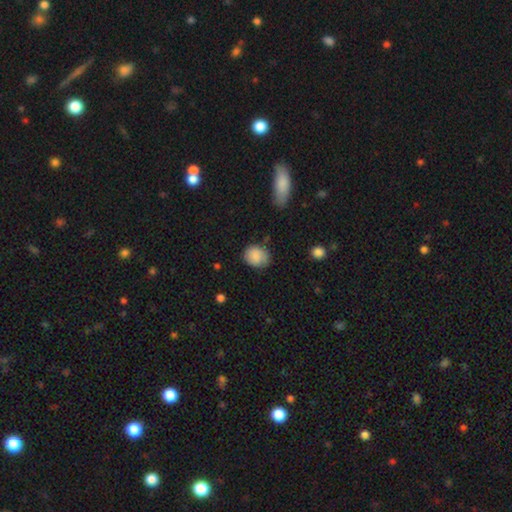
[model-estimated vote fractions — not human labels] Smooth or featured? Predicted: smooth (p=0.83). How rounded? Predicted: round (p=0.64). Merging? Predicted: none (p=0.66).